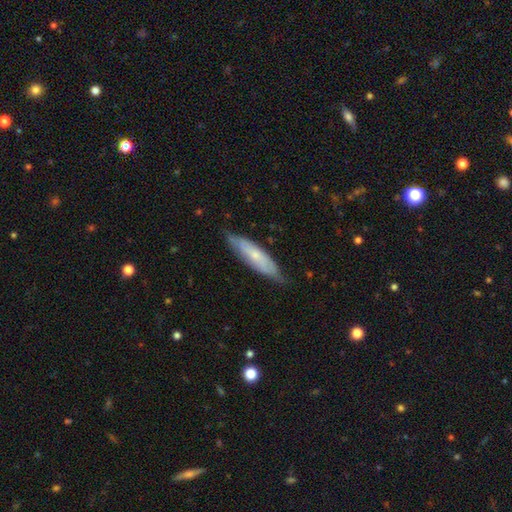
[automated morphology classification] type=smooth (50%); merging=none (75%).